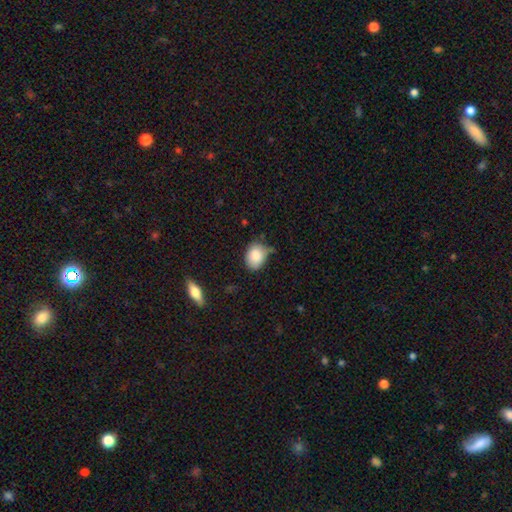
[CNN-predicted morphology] Smooth or featured? Predicted: smooth (p=0.85). How rounded? Predicted: in between (p=0.62). Merging? Predicted: none (p=0.54).